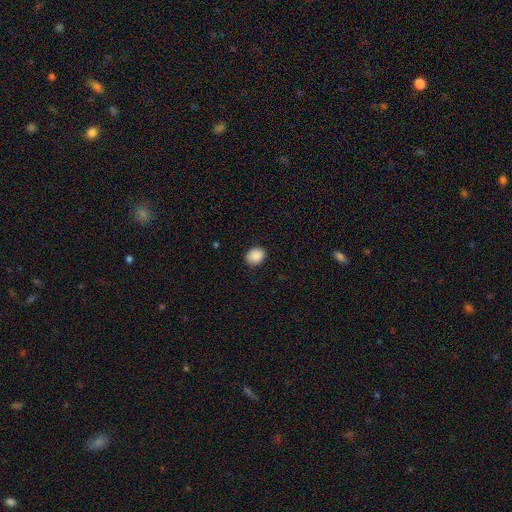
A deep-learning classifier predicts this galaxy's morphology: A smooth galaxy with no disk features (90%) that is round (56%).

Vote fractions:
- Smooth or featured? smooth: 90% / star or artifact: 8% / featured or disk: 2%
- How rounded? round: 56% / in between: 43% / cigar-shaped: 1%
- Merging? none: 89% / minor disturbance: 8% / major disturbance: 2% / merger: 1%